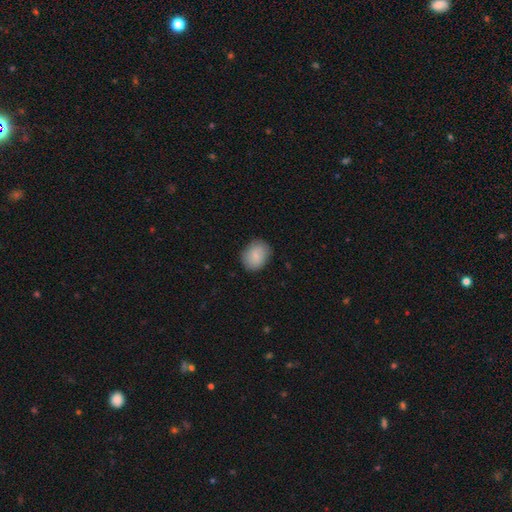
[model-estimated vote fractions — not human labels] A smooth galaxy with no disk features (84%) that is in between round and cigar-shaped (56%).

Vote fractions:
- Smooth or featured? smooth: 84% / featured or disk: 10% / star or artifact: 7%
- How rounded? in between: 56% / round: 43% / cigar-shaped: 1%
- Merging? none: 83% / minor disturbance: 13% / major disturbance: 3% / merger: 1%